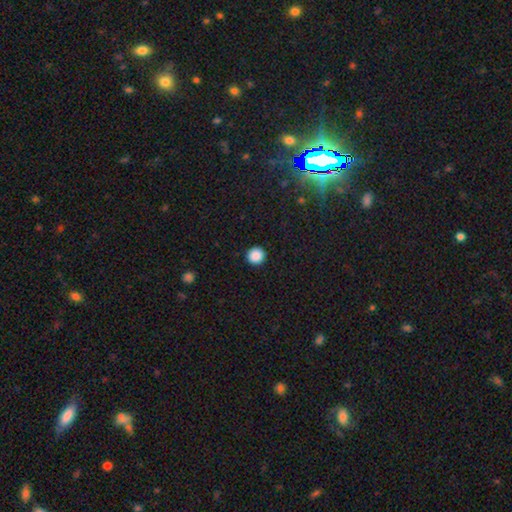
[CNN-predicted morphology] A smooth galaxy with no disk features (88%) that is round (96%).

Vote fractions:
- Smooth or featured? smooth: 88% / star or artifact: 9% / featured or disk: 2%
- How rounded? round: 96% / in between: 3% / cigar-shaped: 1%
- Merging? none: 93% / minor disturbance: 4% / major disturbance: 2% / merger: 1%